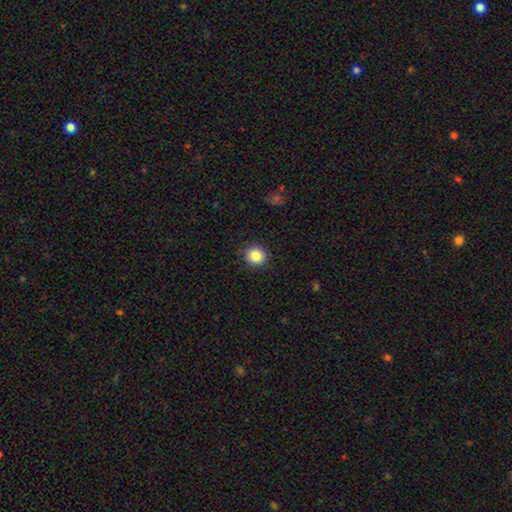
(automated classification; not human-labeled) smooth 86%, star or artifact 9%, featured or disk 5%. Down the decision tree: how rounded — round (90%); merging — none (91%).